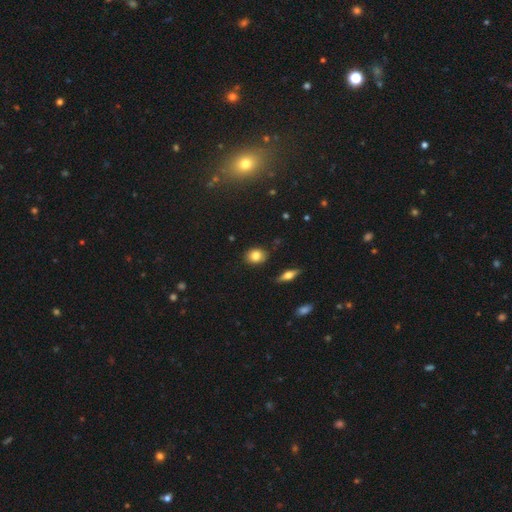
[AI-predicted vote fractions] Smooth or featured?
  - smooth: 81% *
  - featured or disk: 10%
  - star or artifact: 9%
How rounded?
  - round: 54% *
  - in between: 44%
  - cigar-shaped: 2%
Merging?
  - none: 84% *
  - minor disturbance: 11%
  - major disturbance: 2%
  - merger: 2%